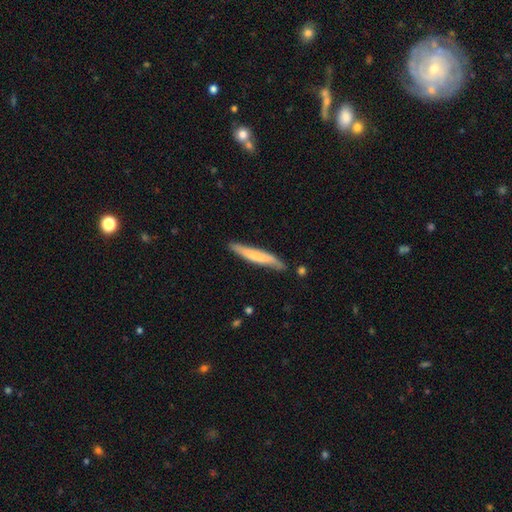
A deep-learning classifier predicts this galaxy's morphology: A smooth galaxy with no disk features (61%) that is cigar-shaped (94%). Merging: none (76%).